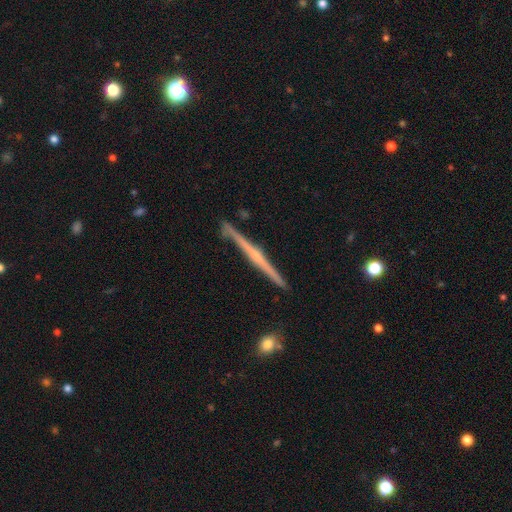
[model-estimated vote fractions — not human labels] featured or disk 77%, smooth 18%, star or artifact 5%. Down the decision tree: edge-on disk — yes (98%); edge-on bulge — rounded (52%); merging — none (90%).